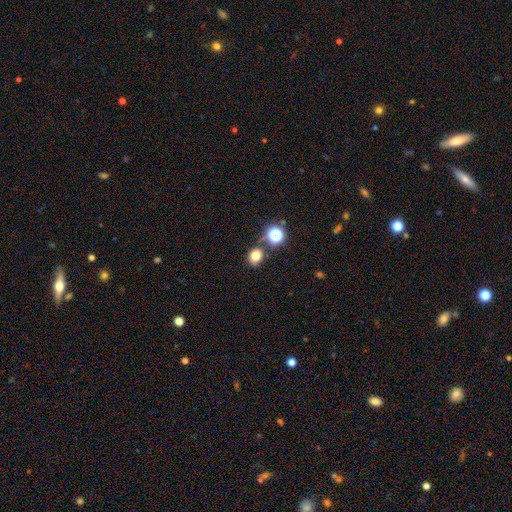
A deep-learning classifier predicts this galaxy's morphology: Overall: smooth (76%). How rounded: round (61%; in between 38%). Merging: none (76%).